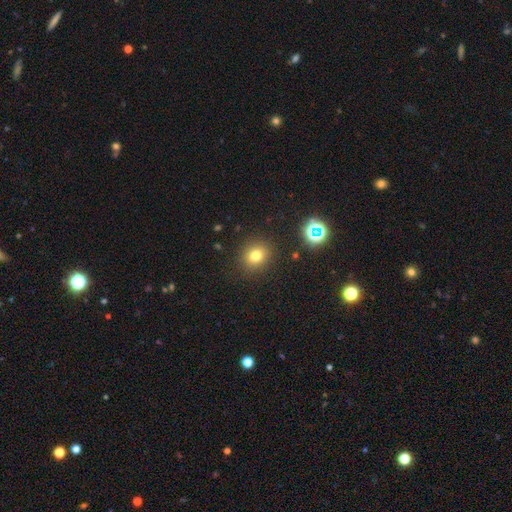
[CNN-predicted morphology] Smooth or featured? smooth (76%)
How rounded? round (77%)
Merging? none (87%)